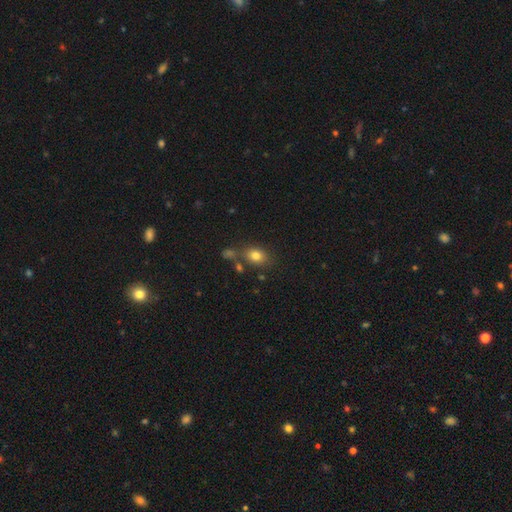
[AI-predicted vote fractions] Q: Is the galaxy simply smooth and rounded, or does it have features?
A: smooth — 79%.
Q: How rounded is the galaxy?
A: in between — 66%.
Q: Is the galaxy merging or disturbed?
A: none — 68%.